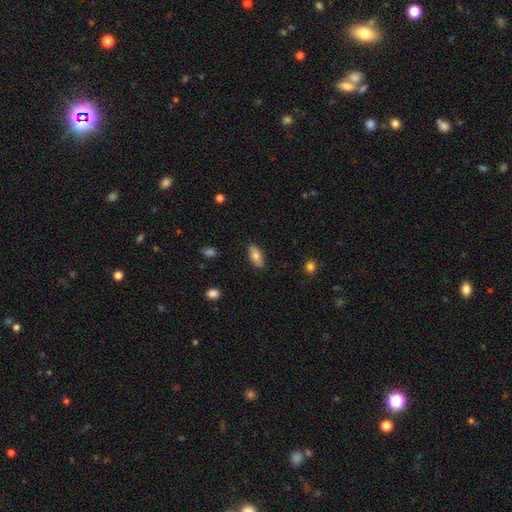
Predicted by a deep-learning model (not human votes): This is likely a smooth galaxy (77%). How rounded: clearly in between (85%). Merging: clearly none (86%).